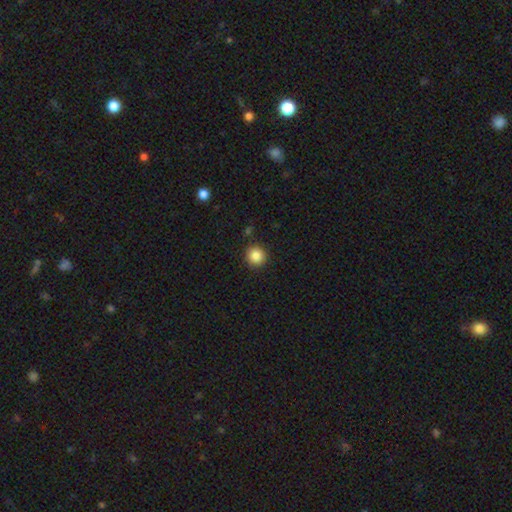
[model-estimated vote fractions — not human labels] Overall: smooth (86%). How rounded: round (94%). Merging: none (90%).